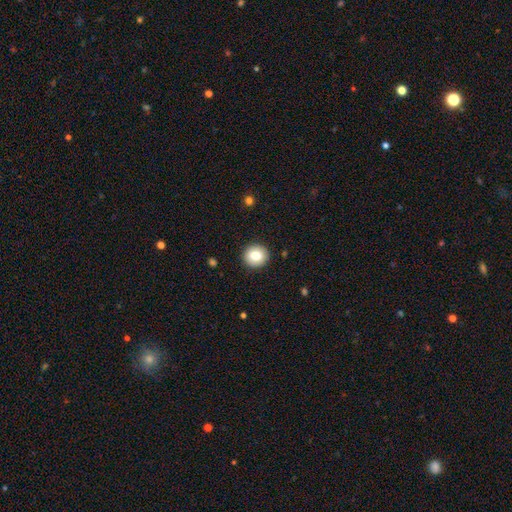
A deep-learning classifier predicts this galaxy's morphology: The model was most divided on "smooth or featured": smooth: 80%, featured or disk: 11%, star or artifact: 9%. More confident: merging — none (91%); how rounded — round (90%).